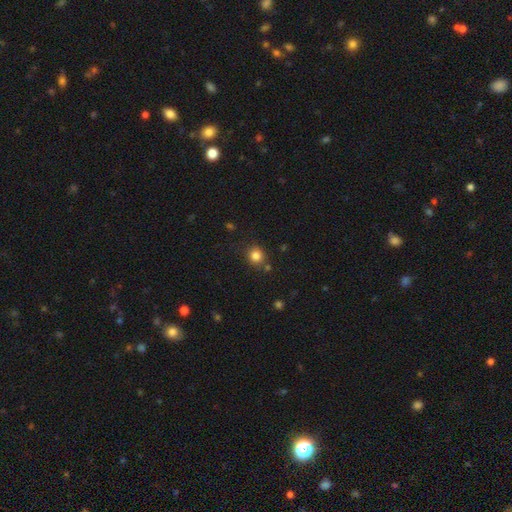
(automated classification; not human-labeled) A smooth galaxy with no disk features (83%) that is round (86%).

Vote fractions:
- Smooth or featured? smooth: 83% / star or artifact: 12% / featured or disk: 5%
- How rounded? round: 86% / in between: 13% / cigar-shaped: 1%
- Merging? none: 81% / minor disturbance: 10% / merger: 6% / major disturbance: 3%